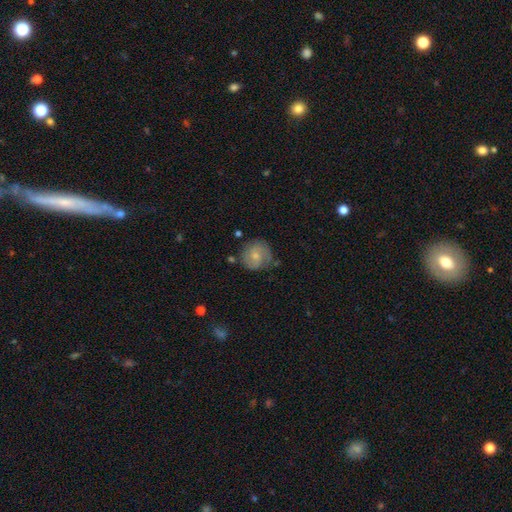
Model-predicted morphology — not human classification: smooth-or-featured: featured or disk: 57% | smooth: 36% | star or artifact: 7%
  disk-edge-on: no: 98% | yes: 2%
    bar: no: 65% | weak: 31% | strong: 4%
    has-spiral-arms: yes: 86% | no: 14%
    bulge-size: small: 53% | moderate: 40% | none: 4% | large: 2% | dominant: 1%
  merging: none: 65% | minor disturbance: 23% | major disturbance: 8% | merger: 4%